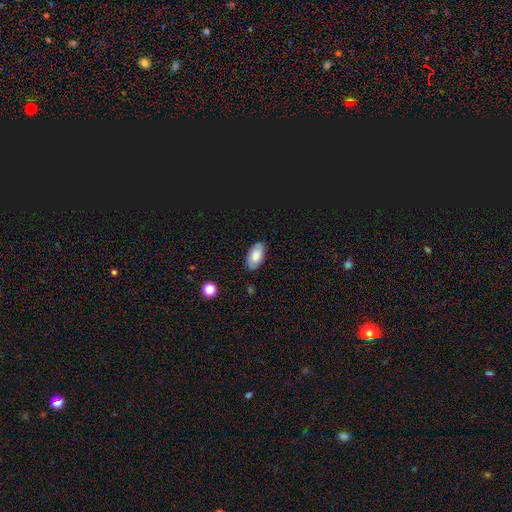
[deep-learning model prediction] Overall: smooth (73%). How rounded: in between (94%). Merging: none (83%).